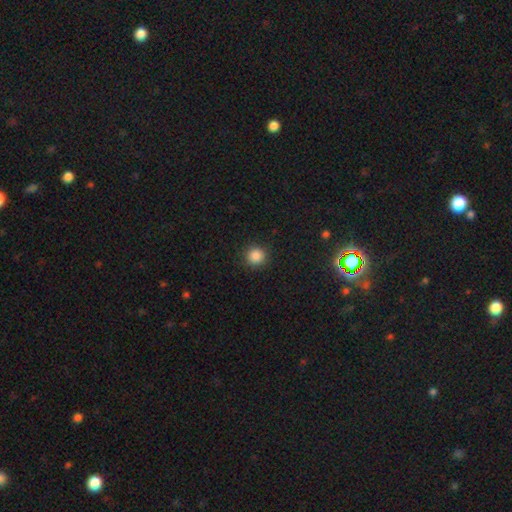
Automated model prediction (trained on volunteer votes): The model was most divided on "smooth or featured": smooth: 86%, star or artifact: 11%, featured or disk: 3%. More confident: how rounded — round (94%); merging — none (91%).